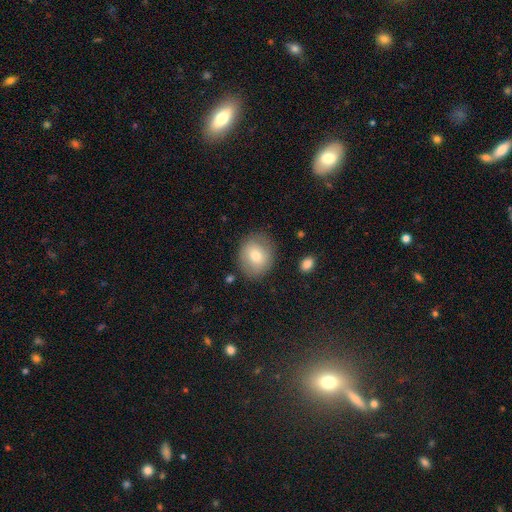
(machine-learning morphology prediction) This appears to be a smooth galaxy with no disk features (74%) that is round (67%). Merging: none (82%).